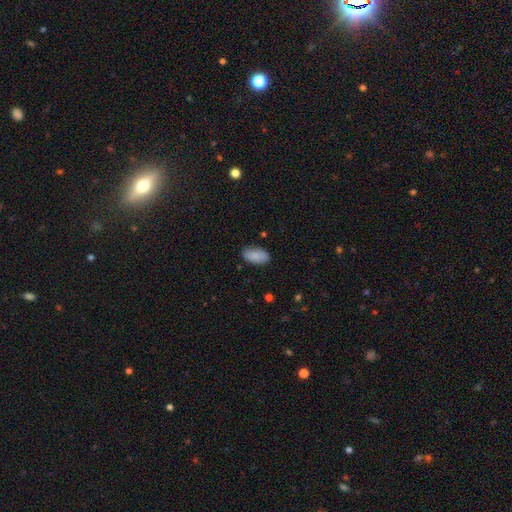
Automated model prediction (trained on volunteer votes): Smooth or featured? Predicted: smooth (p=0.88). How rounded? Predicted: in between (p=0.94). Merging? Predicted: none (p=0.83).